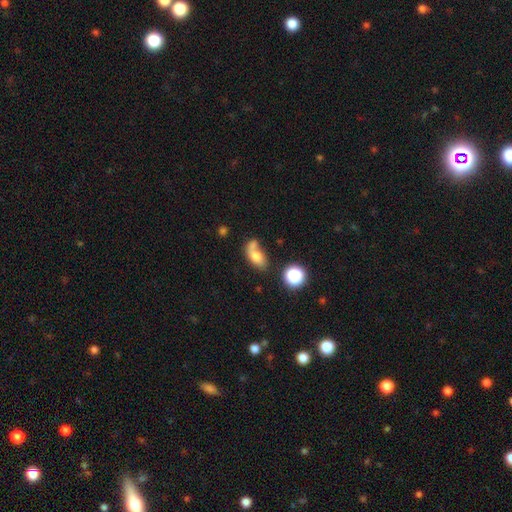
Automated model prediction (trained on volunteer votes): This is likely a smooth galaxy (68%). How rounded: likely in between (80%). Merging: marginally merger (38%).